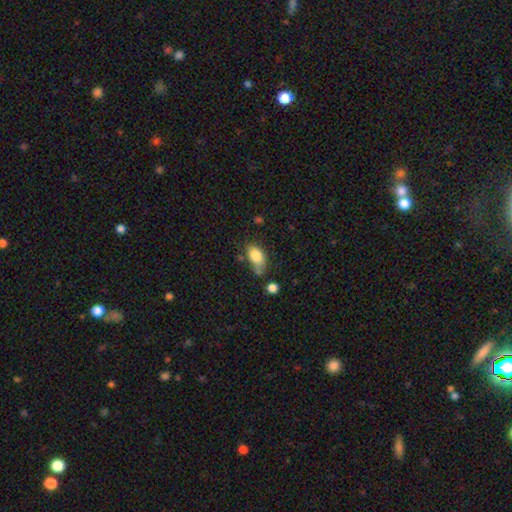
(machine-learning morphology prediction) Smooth or featured?
  - smooth: 81% *
  - featured or disk: 11%
  - star or artifact: 9%
How rounded?
  - in between: 86% *
  - round: 12%
  - cigar-shaped: 2%
Merging?
  - none: 39% *
  - minor disturbance: 34%
  - major disturbance: 14%
  - merger: 13%